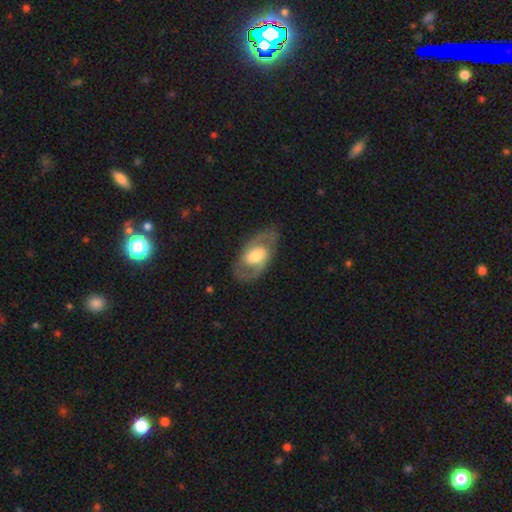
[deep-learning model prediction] Smooth or featured? Predicted: featured or disk (p=0.72). Edge-on disk? Predicted: no (p=0.94). Bar? Predicted: no (p=0.43). Spiral arms? Predicted: yes (p=0.76). Spiral winding? Predicted: medium (p=0.51). Spiral arm count? Predicted: 2 (p=0.85). Bulge size? Predicted: moderate (p=0.61). Merging? Predicted: none (p=0.81).